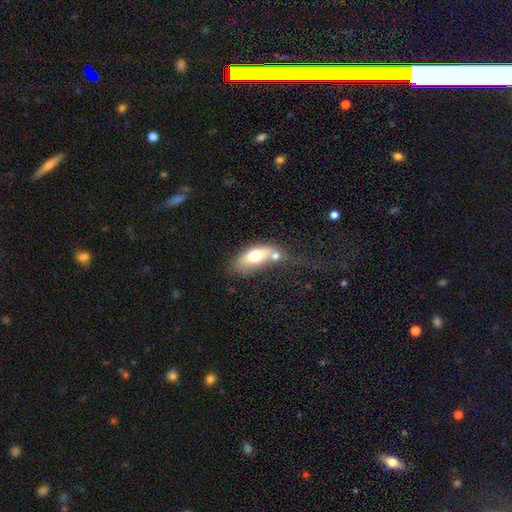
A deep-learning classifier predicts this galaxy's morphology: smooth 65%, featured or disk 28%, star or artifact 7%. Down the decision tree: how rounded — in between (81%); merging — merger (44%).